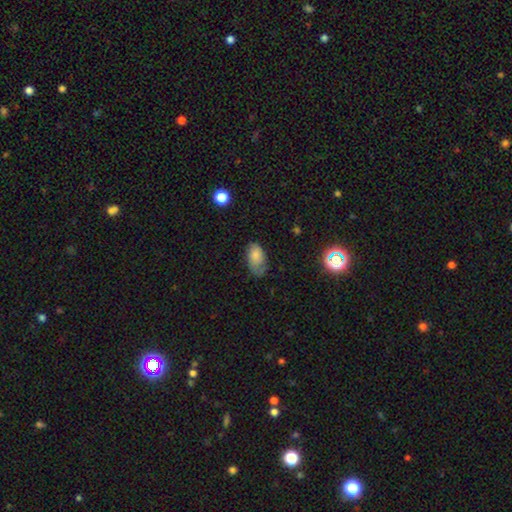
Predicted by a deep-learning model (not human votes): smooth 73%, featured or disk 17%, star or artifact 9%. Down the decision tree: how rounded — in between (92%); merging — none (50%).